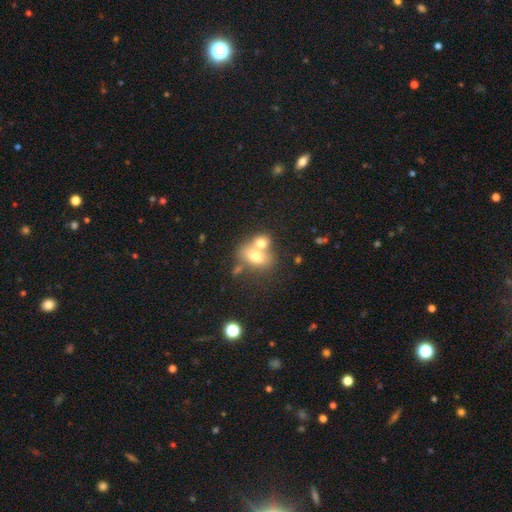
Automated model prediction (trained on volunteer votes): Morphology: type=smooth (69%); roundness=in between (70%); merging=merger (57%).